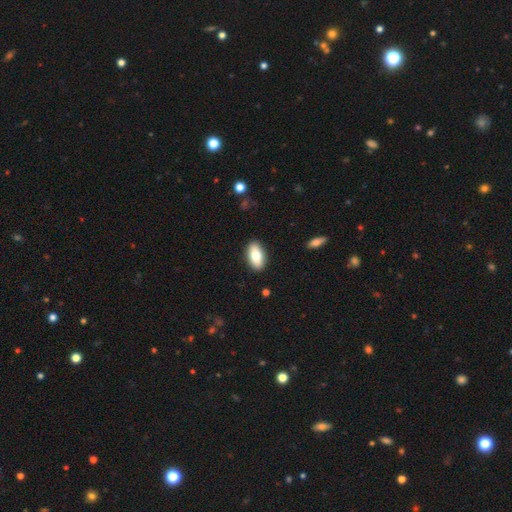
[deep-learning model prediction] Smooth or featured?
  - smooth: 77% *
  - featured or disk: 17%
  - star or artifact: 6%
How rounded?
  - in between: 92% *
  - cigar-shaped: 5%
  - round: 4%
Merging?
  - none: 89% *
  - minor disturbance: 8%
  - major disturbance: 2%
  - merger: 1%